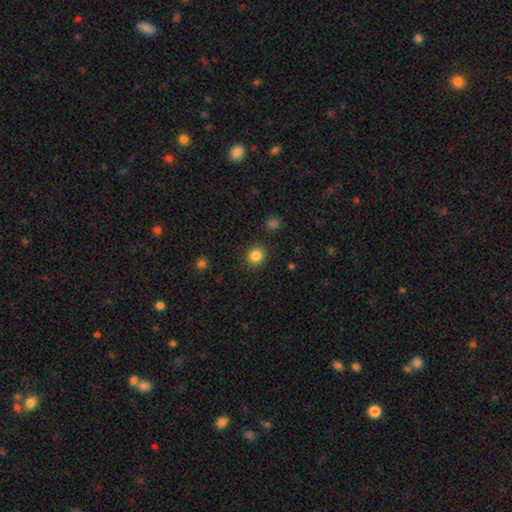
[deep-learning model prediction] A smooth galaxy with no disk features (85%) that is round (88%). Merging: none (89%).